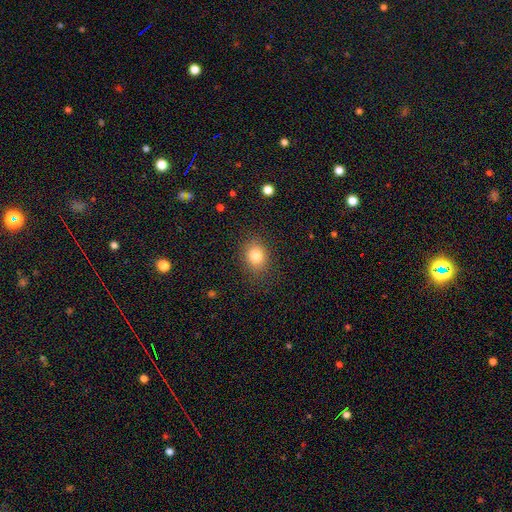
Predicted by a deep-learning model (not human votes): Overall: smooth (81%). How rounded: round (60%; in between 39%). Merging: none (84%).